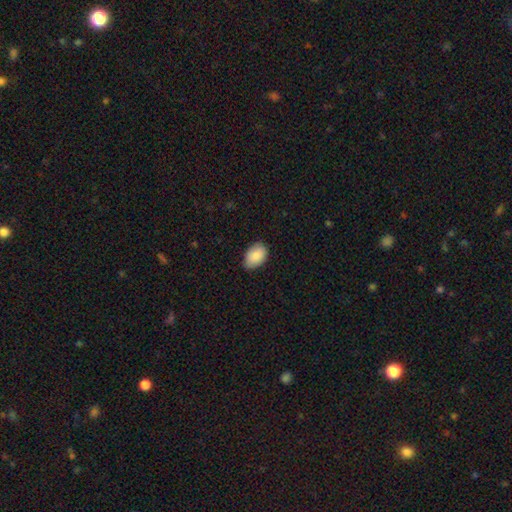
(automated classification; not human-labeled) This appears to be a smooth galaxy with no disk features (88%) that is in between round and cigar-shaped (89%). Merging: none (74%).